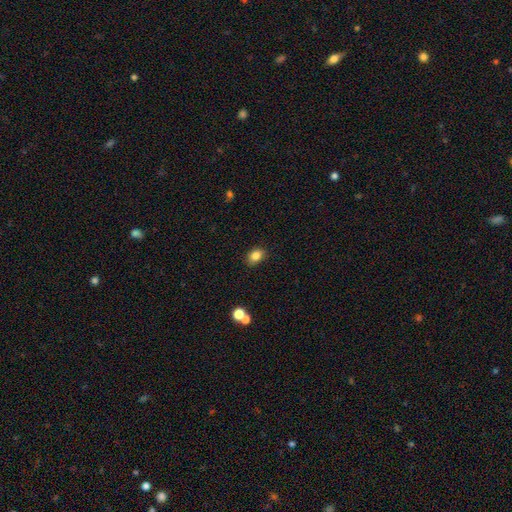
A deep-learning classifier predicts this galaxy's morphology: Q: Smooth or featured?
A: smooth (84%); runner-up: star or artifact (10%)
Q: How rounded?
A: in between (69%); runner-up: round (30%)
Q: Merging?
A: none (84%); runner-up: minor disturbance (11%)